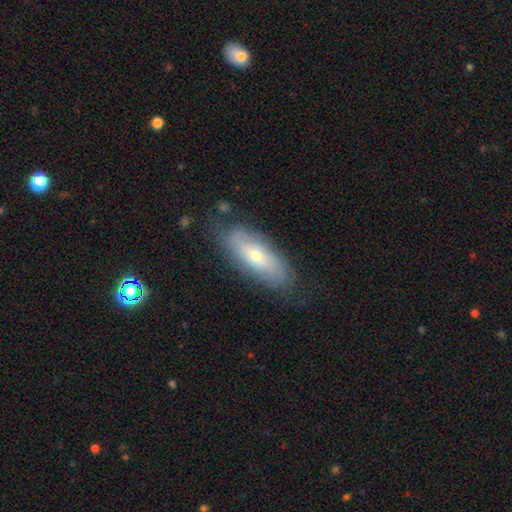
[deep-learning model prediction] Smooth or featured: featured or disk — 52% (smooth — 40%)
Edge-on disk: no — 79% (yes — 21%)
Merging: none — 74% (minor disturbance — 19%)